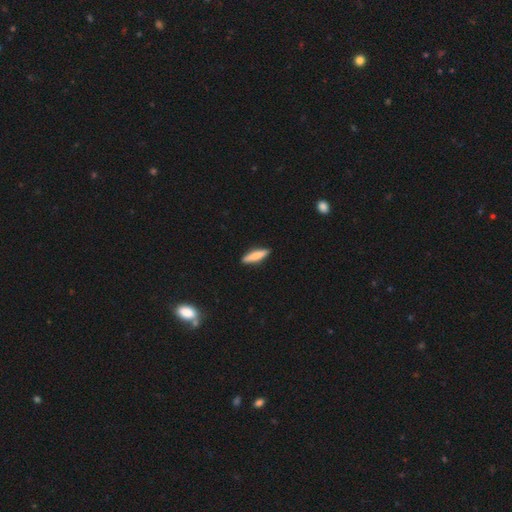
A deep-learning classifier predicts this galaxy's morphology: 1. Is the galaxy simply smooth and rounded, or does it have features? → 74% smooth, 21% featured or disk, 6% star or artifact.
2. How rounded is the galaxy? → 75% cigar-shaped, 23% in between, 2% round.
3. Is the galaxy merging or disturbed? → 90% none, 7% minor disturbance, 1% major disturbance, 1% merger.